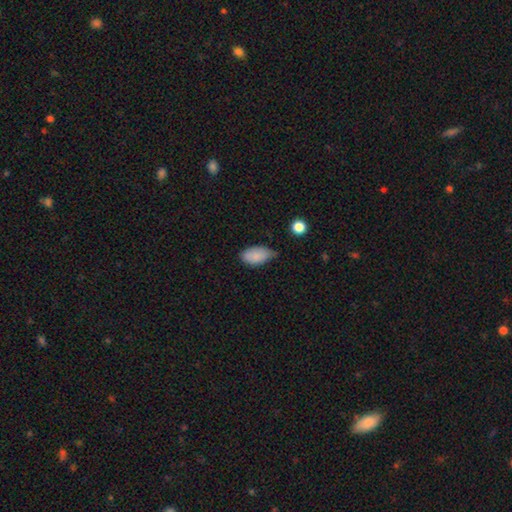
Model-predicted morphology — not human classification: type=smooth (85%); roundness=in between (93%); merging=minor disturbance (50%).